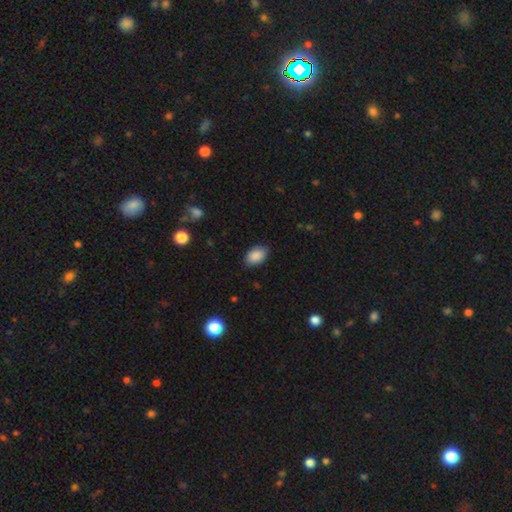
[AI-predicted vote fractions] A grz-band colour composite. It shows a smooth galaxy with no disk features (89%) that is in between round and cigar-shaped (90%). Merging: none (84%).